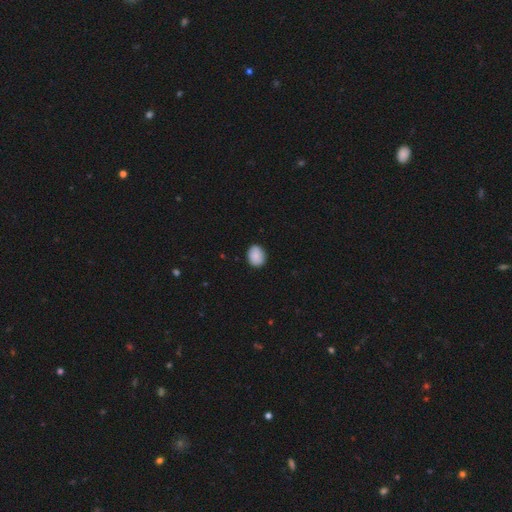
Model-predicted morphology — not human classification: This is clearly a smooth galaxy (88%). How rounded: possibly in between (57%). Merging: clearly none (87%).